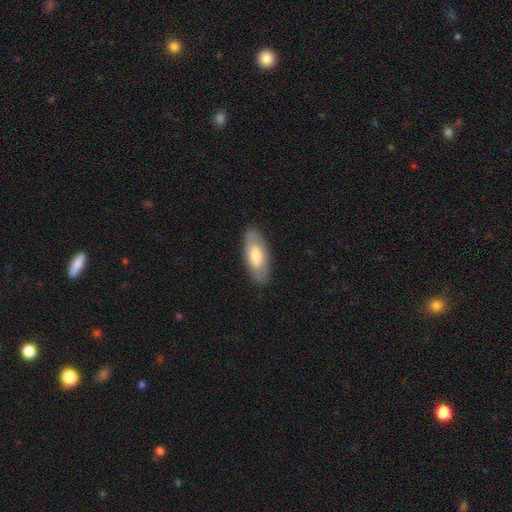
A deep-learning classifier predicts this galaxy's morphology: Overall: smooth (65%; featured or disk 30%). How rounded: in between (88%). Merging: none (87%).